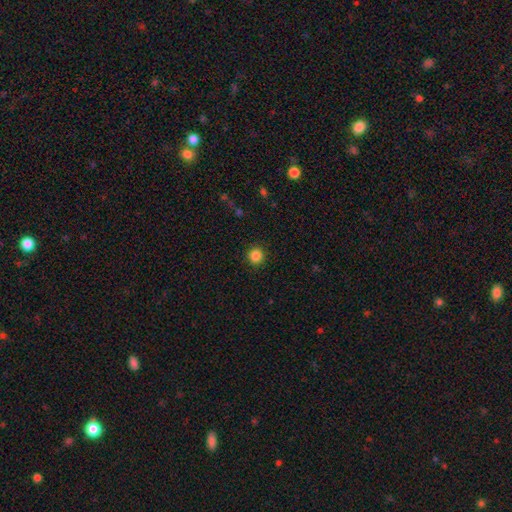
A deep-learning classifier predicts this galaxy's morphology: Q: Smooth or featured?
A: smooth (85%); runner-up: star or artifact (11%)
Q: How rounded?
A: round (93%); runner-up: in between (6%)
Q: Merging?
A: none (91%); runner-up: minor disturbance (6%)